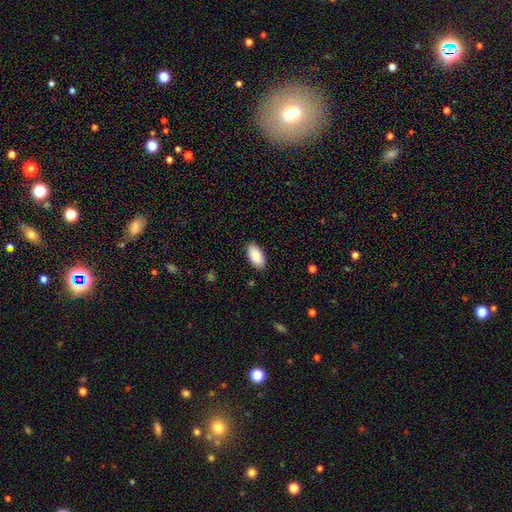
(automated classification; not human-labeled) Morphology: type=smooth (90%); roundness=in between (95%); merging=none (89%).